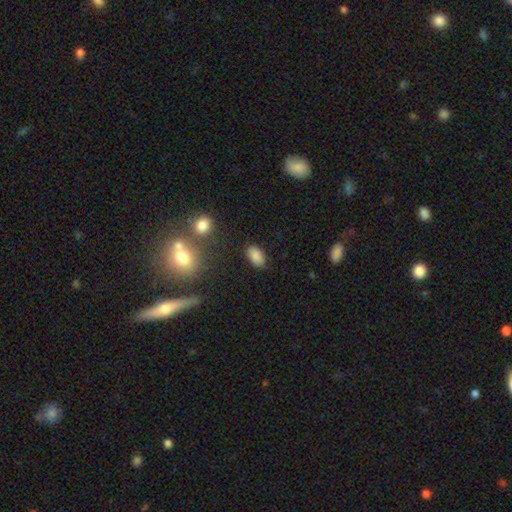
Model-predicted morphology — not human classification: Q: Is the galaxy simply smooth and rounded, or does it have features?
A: smooth — 86%.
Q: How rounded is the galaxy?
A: in between — 92%.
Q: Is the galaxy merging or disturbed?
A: none — 86%.